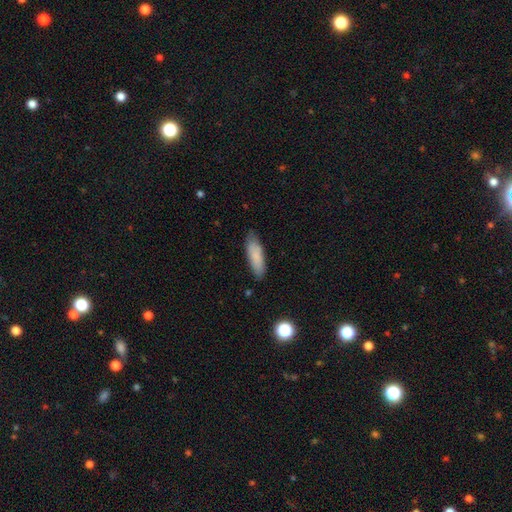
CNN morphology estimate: The model was most divided on "how rounded": cigar-shaped: 51%, in between: 47%, round: 2%. More confident: smooth or featured — smooth (84%); merging — none (80%).